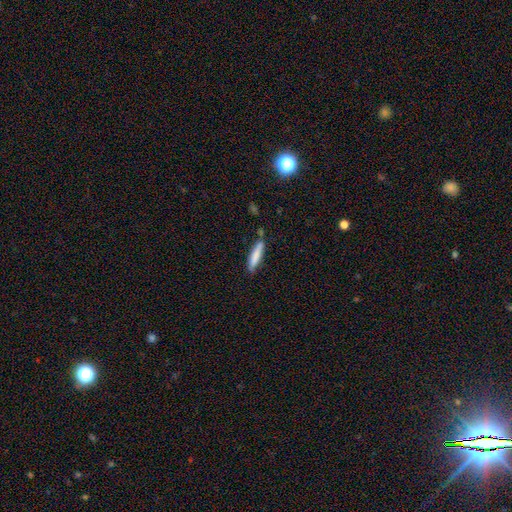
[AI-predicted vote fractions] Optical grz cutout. It shows a smooth galaxy with no disk features (79%) that is cigar-shaped (86%). Merging: none (77%).